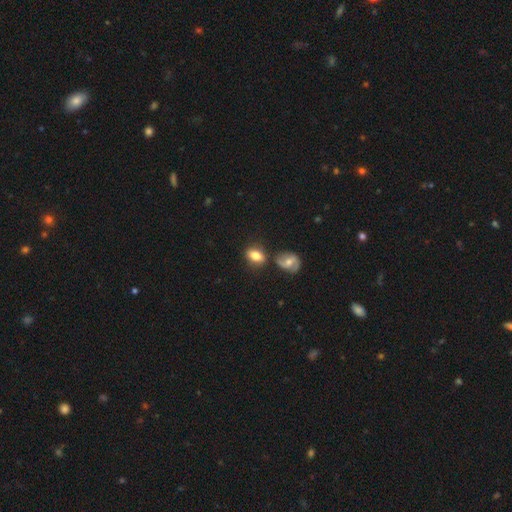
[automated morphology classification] Smooth or featured? smooth (78%)
How rounded? in between (81%)
Merging? none (65%)